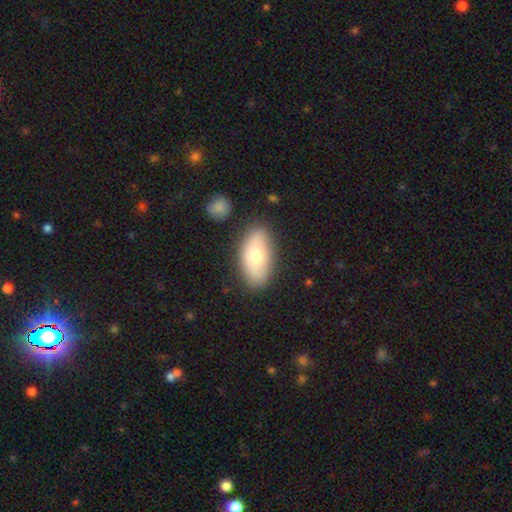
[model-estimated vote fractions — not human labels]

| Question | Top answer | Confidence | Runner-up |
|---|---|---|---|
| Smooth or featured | smooth | 68% | featured or disk (25%) |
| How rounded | in between | 91% | round (5%) |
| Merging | none | 79% | minor disturbance (14%) |